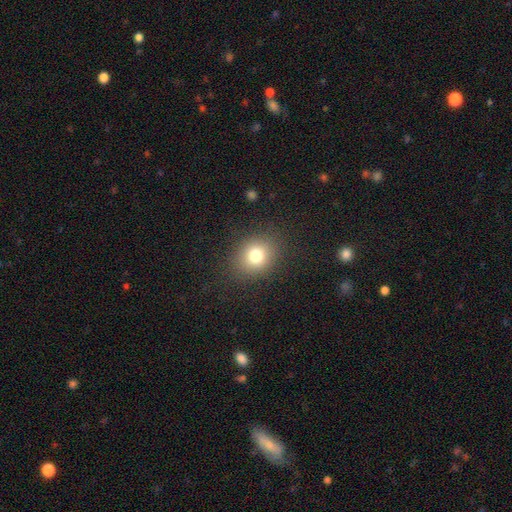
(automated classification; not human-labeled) smooth_or_featured: smooth (p=0.78) [alt: star or artifact p=0.13]
how_rounded: round (p=0.63) [alt: in between p=0.36]
merging: none (p=0.86) [alt: minor disturbance p=0.09]